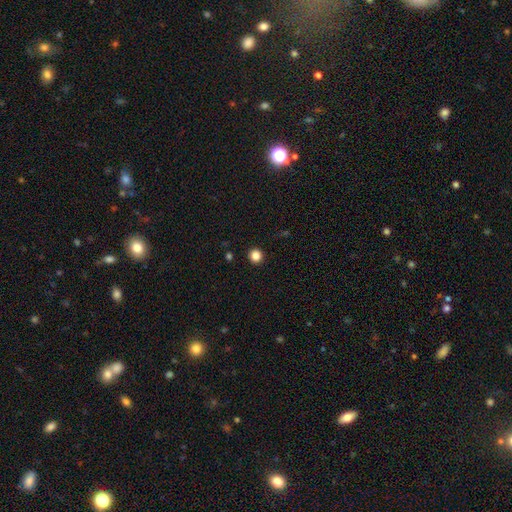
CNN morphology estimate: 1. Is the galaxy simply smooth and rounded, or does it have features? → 85% smooth, 12% star or artifact, 3% featured or disk.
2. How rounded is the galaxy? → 95% round, 4% in between, 1% cigar-shaped.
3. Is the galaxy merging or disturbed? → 93% none, 4% minor disturbance, 2% major disturbance, 1% merger.